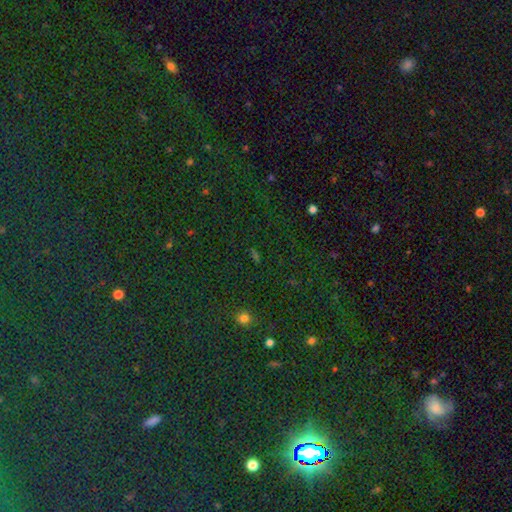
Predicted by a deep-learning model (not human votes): Smooth or featured: star or artifact — 64% (smooth — 28%)